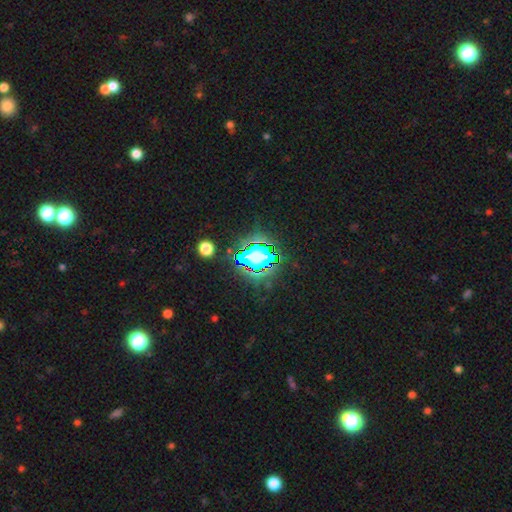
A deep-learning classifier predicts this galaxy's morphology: Smooth or featured?
  - star or artifact: 79% *
  - smooth: 13%
  - featured or disk: 8%